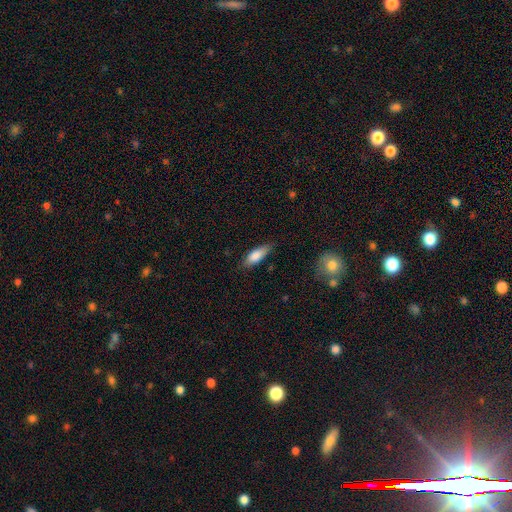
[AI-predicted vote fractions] The model was most divided on "how rounded": in between: 65%, cigar-shaped: 33%, round: 2%. More confident: smooth or featured — smooth (82%); merging — none (76%).